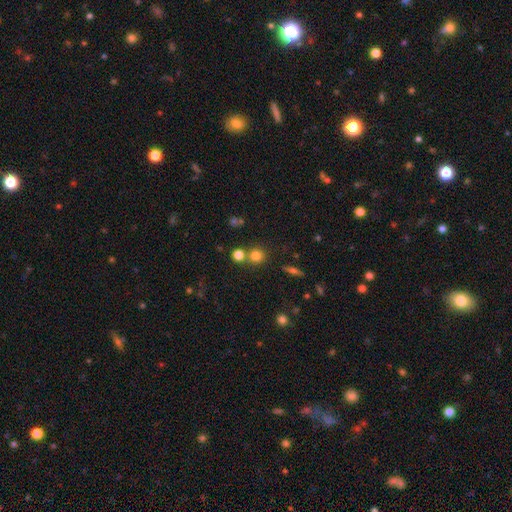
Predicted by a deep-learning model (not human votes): smooth 76%, star or artifact 16%, featured or disk 8%. Down the decision tree: how rounded — round (89%); merging — none (67%).